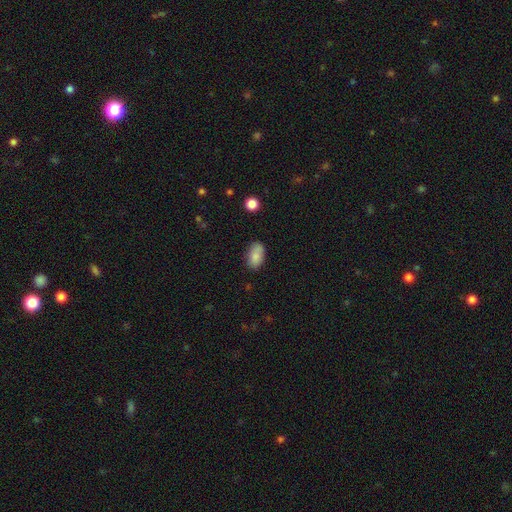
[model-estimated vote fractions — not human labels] This appears to be a smooth galaxy with no disk features (85%) that is in between round and cigar-shaped (92%). Merging: none (76%).